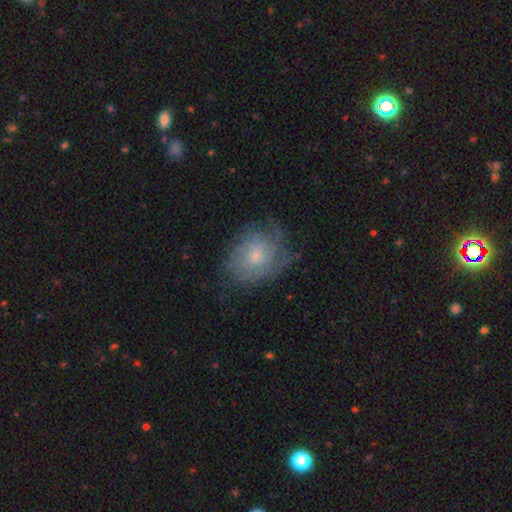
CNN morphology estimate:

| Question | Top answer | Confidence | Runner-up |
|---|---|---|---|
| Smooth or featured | featured or disk | 53% | smooth (38%) |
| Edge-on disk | no | 96% | yes (4%) |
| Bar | no | 72% | weak (25%) |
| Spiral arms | yes | 71% | no (29%) |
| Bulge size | small | 50% | moderate (42%) |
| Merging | none | 60% | minor disturbance (26%) |